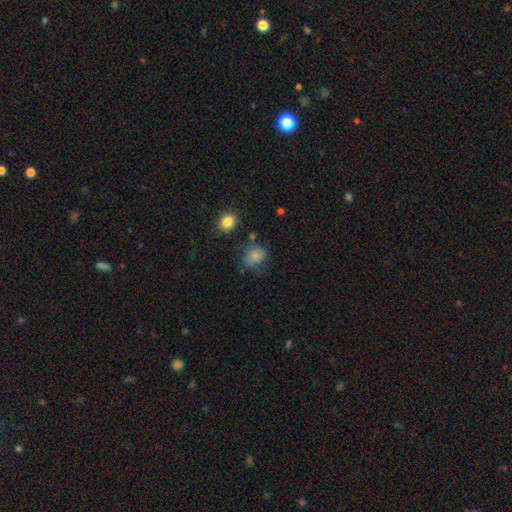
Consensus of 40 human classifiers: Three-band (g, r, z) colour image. It shows a smooth galaxy with no disk features (65%) that is round (50%, tied with in between). Merging: none (67%).